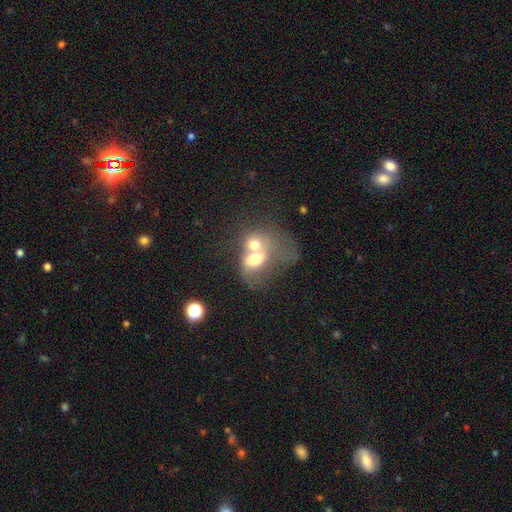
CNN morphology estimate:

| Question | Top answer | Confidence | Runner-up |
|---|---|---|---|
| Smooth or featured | smooth | 51% | featured or disk (38%) |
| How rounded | in between | 56% | round (43%) |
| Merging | merger | 74% | major disturbance (13%) |